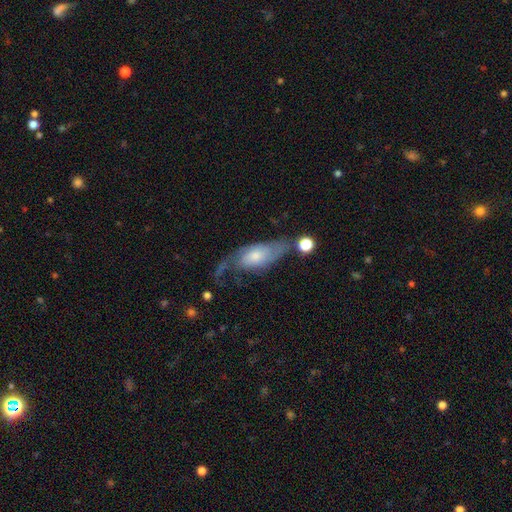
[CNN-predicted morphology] A featured or disk galaxy (64%) with no bar (70%), spiral arms (85%) and a moderate central bulge (44%). Merging: none (41%).